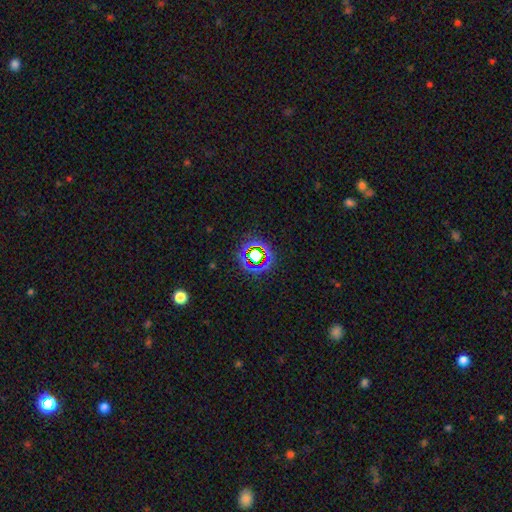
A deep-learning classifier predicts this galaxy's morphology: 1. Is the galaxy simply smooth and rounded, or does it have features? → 63% star or artifact, 25% smooth, 12% featured or disk.